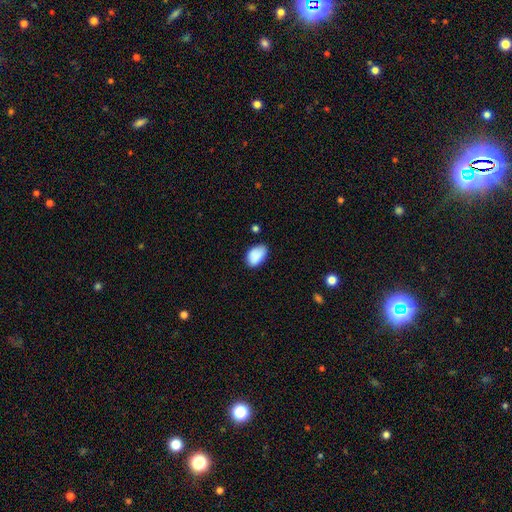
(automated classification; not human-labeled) A smooth galaxy with no disk features (88%) that is in between round and cigar-shaped (92%).

Vote fractions:
- Smooth or featured? smooth: 88% / star or artifact: 7% / featured or disk: 4%
- How rounded? in between: 92% / round: 7% / cigar-shaped: 1%
- Merging? none: 68% / minor disturbance: 25% / major disturbance: 4% / merger: 2%